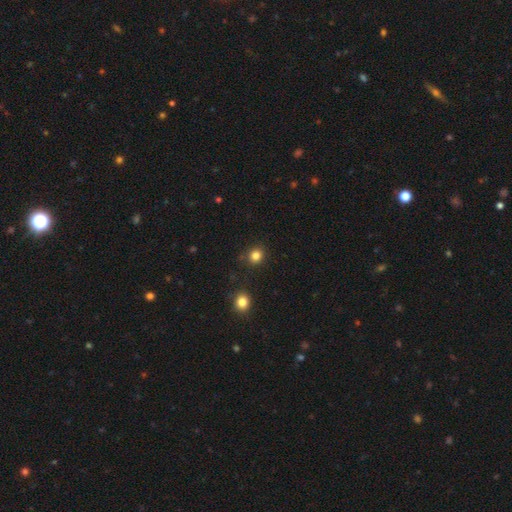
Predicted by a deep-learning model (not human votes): smooth-or-featured: smooth: 83% | star or artifact: 13% | featured or disk: 4%
  how-rounded: round: 85% | in between: 14% | cigar-shaped: 1%
  merging: none: 87% | minor disturbance: 8% | merger: 3% | major disturbance: 2%